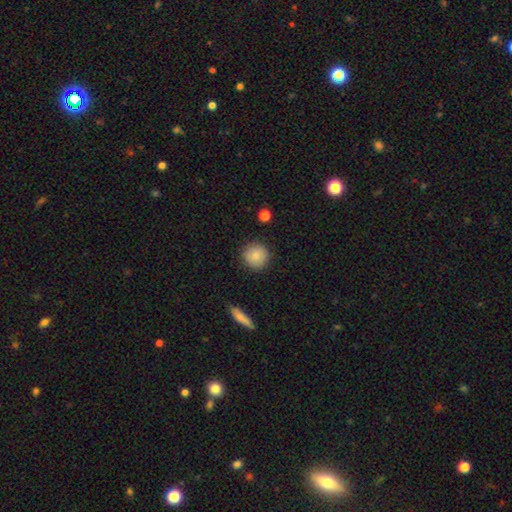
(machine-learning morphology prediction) A smooth galaxy with no disk features (85%) that is round (93%).

Vote fractions:
- Smooth or featured? smooth: 85% / featured or disk: 8% / star or artifact: 7%
- How rounded? round: 93% / in between: 6% / cigar-shaped: 1%
- Merging? none: 89% / minor disturbance: 8% / major disturbance: 2% / merger: 1%